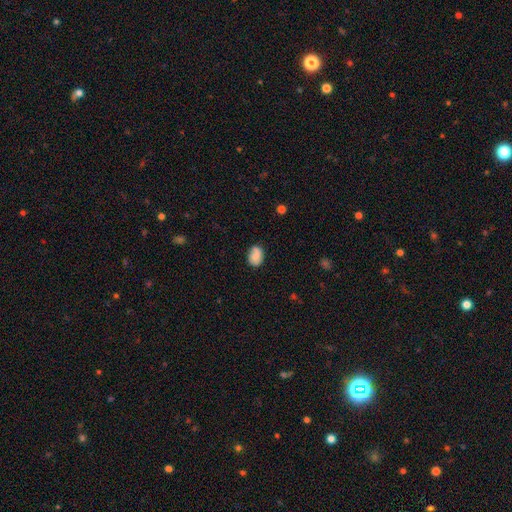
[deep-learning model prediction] Q: Smooth or featured?
A: smooth (69%); runner-up: featured or disk (22%)
Q: How rounded?
A: in between (66%); runner-up: round (33%)
Q: Merging?
A: none (66%); runner-up: minor disturbance (22%)